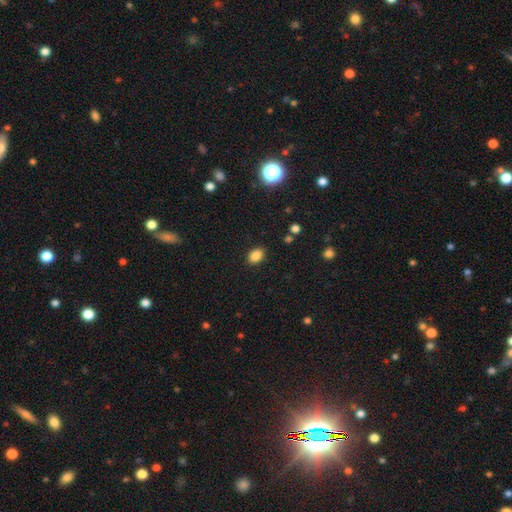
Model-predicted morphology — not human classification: This is clearly a smooth galaxy (85%). How rounded: likely in between (73%). Merging: clearly none (87%).